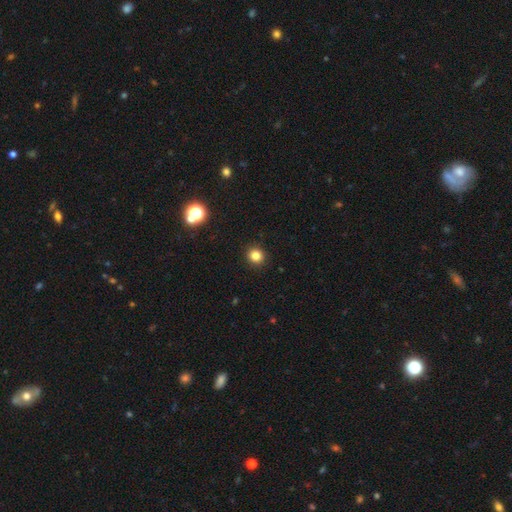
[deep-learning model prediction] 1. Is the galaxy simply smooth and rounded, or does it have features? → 82% smooth, 13% star or artifact, 5% featured or disk.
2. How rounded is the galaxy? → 89% round, 10% in between, 1% cigar-shaped.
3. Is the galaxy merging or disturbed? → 92% none, 5% minor disturbance, 2% major disturbance, 1% merger.